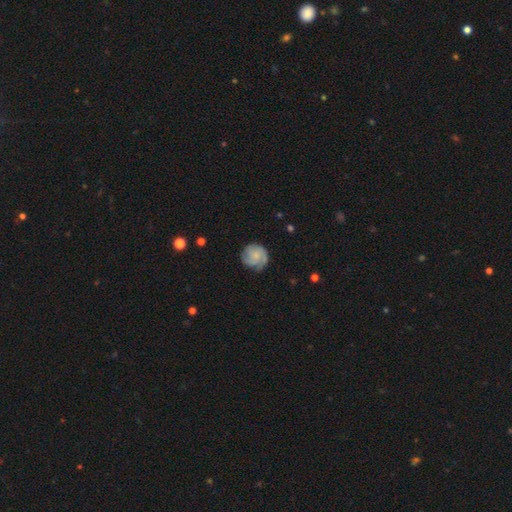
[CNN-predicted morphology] Overall: featured or disk (55%; smooth 38%). Edge-on disk: no (98%). Bar: no (78%). Spiral arms: yes (90%). Bulge size: small (53%; none 27%). Merging: none (68%).